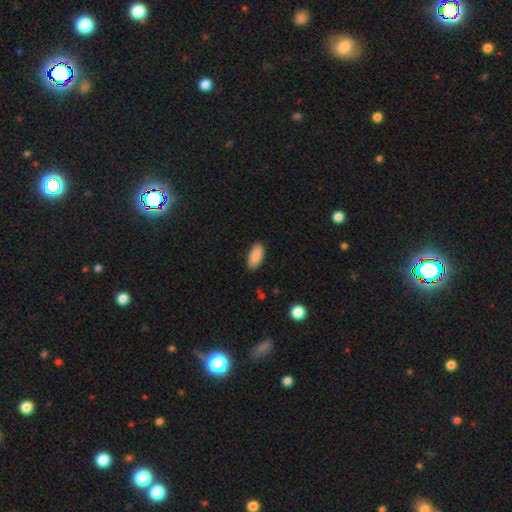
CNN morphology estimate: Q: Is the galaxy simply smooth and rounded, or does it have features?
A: smooth — 88%.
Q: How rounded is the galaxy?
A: in between — 89%.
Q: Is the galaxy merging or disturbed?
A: none — 87%.